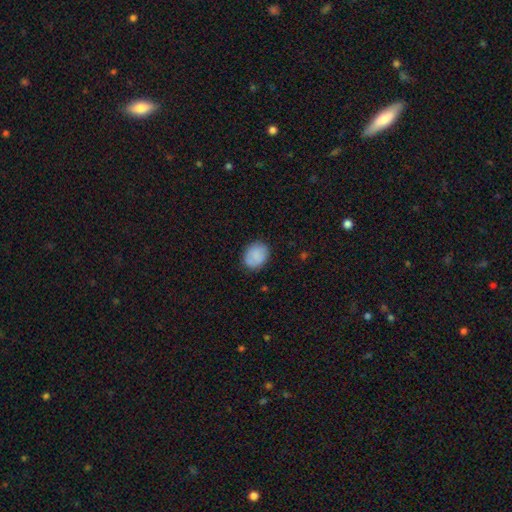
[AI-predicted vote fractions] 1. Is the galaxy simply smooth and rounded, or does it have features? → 86% smooth, 7% star or artifact, 7% featured or disk.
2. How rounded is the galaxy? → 50% round, 49% in between, 1% cigar-shaped.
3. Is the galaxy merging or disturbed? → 84% none, 12% minor disturbance, 3% major disturbance, 1% merger.